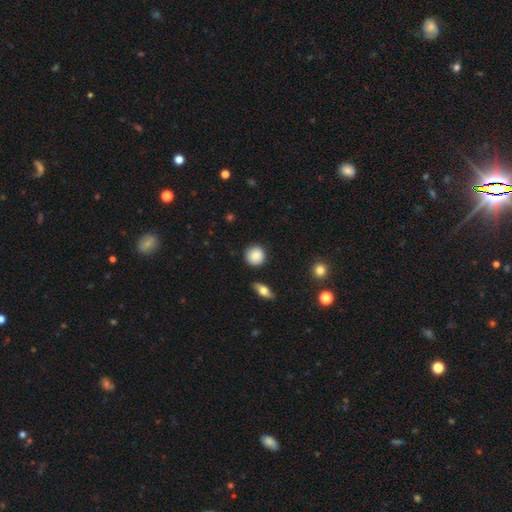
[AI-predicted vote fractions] Q: Smooth or featured?
A: smooth (85%); runner-up: star or artifact (8%)
Q: How rounded?
A: round (91%); runner-up: in between (7%)
Q: Merging?
A: none (88%); runner-up: minor disturbance (8%)